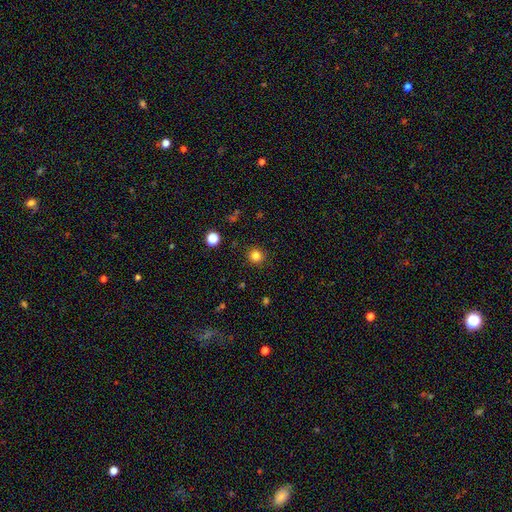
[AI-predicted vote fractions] Smooth or featured?
  - smooth: 82% *
  - star or artifact: 13%
  - featured or disk: 5%
How rounded?
  - round: 91% *
  - in between: 8%
  - cigar-shaped: 1%
Merging?
  - none: 90% *
  - minor disturbance: 6%
  - major disturbance: 2%
  - merger: 1%